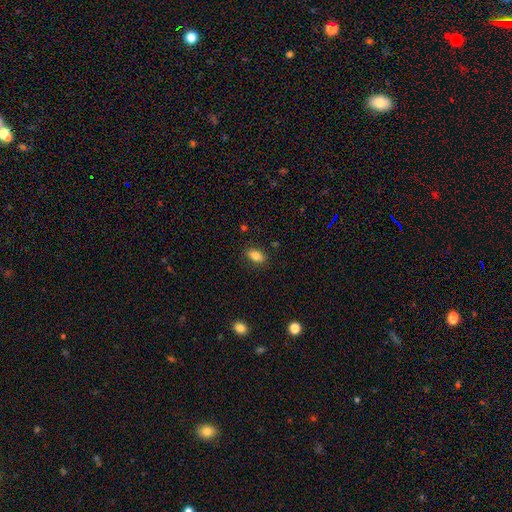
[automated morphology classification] smooth 82%, featured or disk 9%, star or artifact 8%. Down the decision tree: how rounded — in between (88%); merging — none (86%).